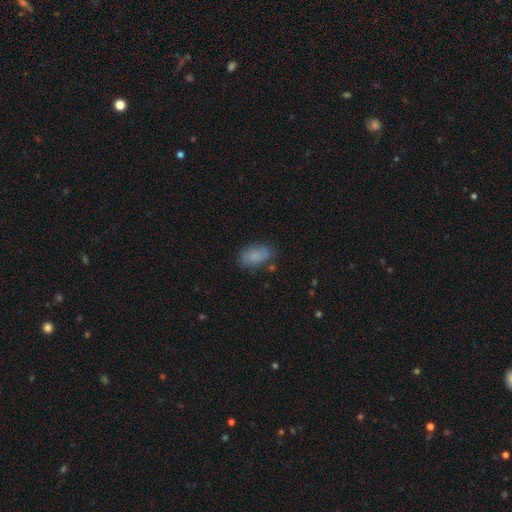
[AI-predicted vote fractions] Morphology: type=smooth (82%); roundness=in between (91%); merging=none (74%).